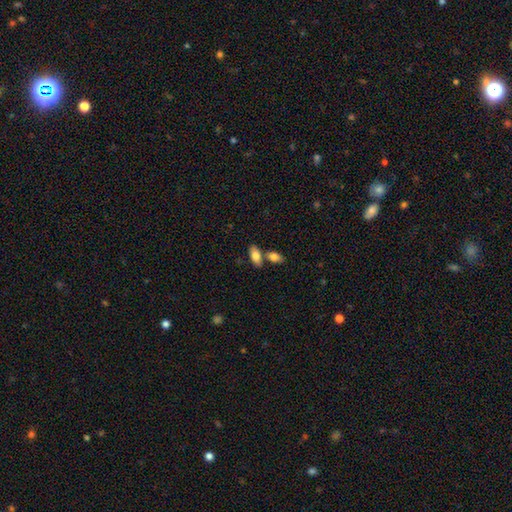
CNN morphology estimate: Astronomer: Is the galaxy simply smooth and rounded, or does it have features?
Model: smooth — 82%.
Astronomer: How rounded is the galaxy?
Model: in between — 89%.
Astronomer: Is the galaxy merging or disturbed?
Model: none — 58%.